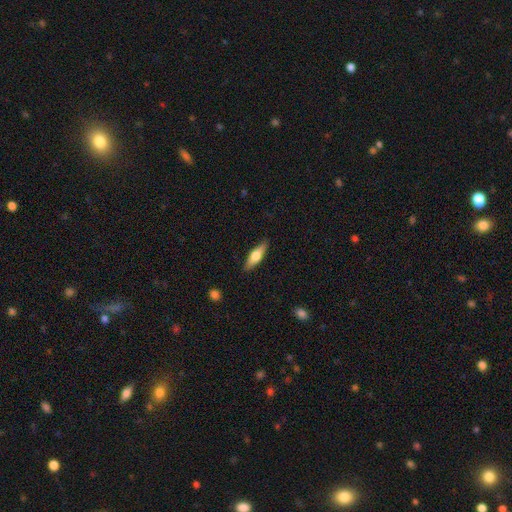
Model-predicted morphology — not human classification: This is possibly a smooth galaxy (56%). How rounded: possibly cigar-shaped (58%). Merging: clearly none (87%).